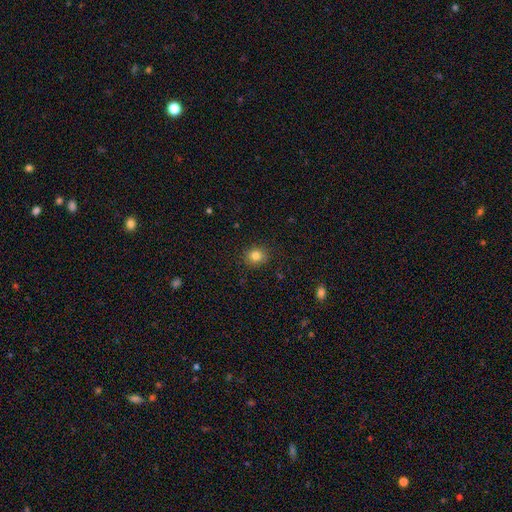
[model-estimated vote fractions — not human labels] Overall: smooth (82%). How rounded: round (73%). Merging: none (88%).